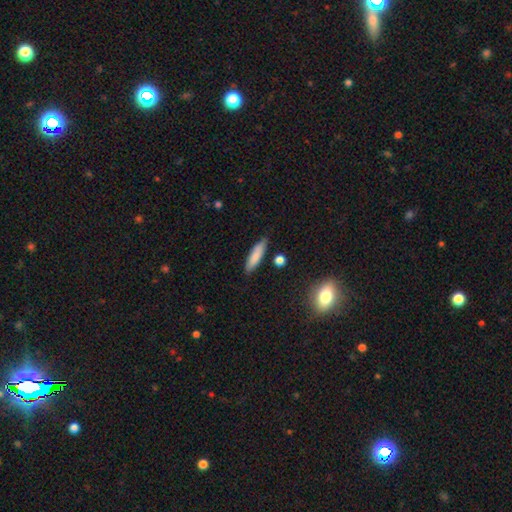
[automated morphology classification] A smooth galaxy with no disk features (82%) that is cigar-shaped (71%).

Vote fractions:
- Smooth or featured? smooth: 82% / featured or disk: 11% / star or artifact: 7%
- How rounded? cigar-shaped: 71% / in between: 27% / round: 2%
- Merging? none: 84% / minor disturbance: 11% / merger: 3% / major disturbance: 2%